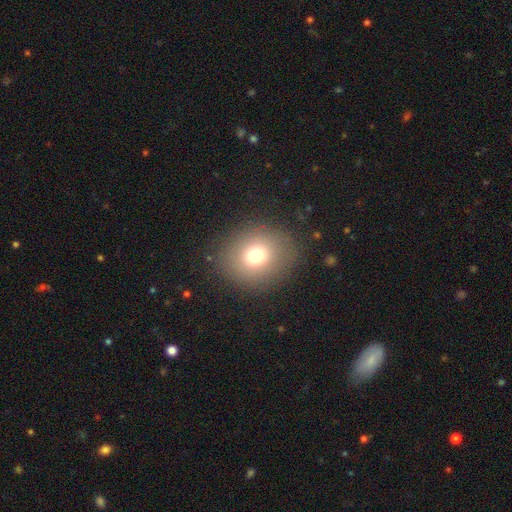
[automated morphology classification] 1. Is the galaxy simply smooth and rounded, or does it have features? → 73% smooth, 15% star or artifact, 12% featured or disk.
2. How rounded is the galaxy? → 71% round, 28% in between, 1% cigar-shaped.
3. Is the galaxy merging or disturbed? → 87% none, 8% minor disturbance, 4% major disturbance, 1% merger.